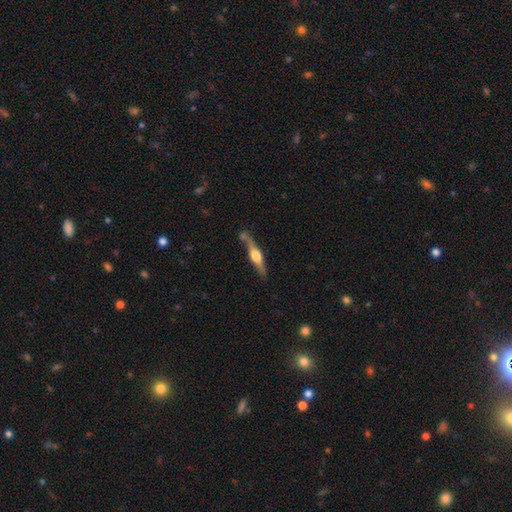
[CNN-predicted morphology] Smooth or featured: featured or disk — 74% (smooth — 20%)
Edge-on disk: yes — 97% (no — 3%)
Edge-on bulge: rounded — 91% (boxy — 7%)
Merging: none — 71% (minor disturbance — 14%)